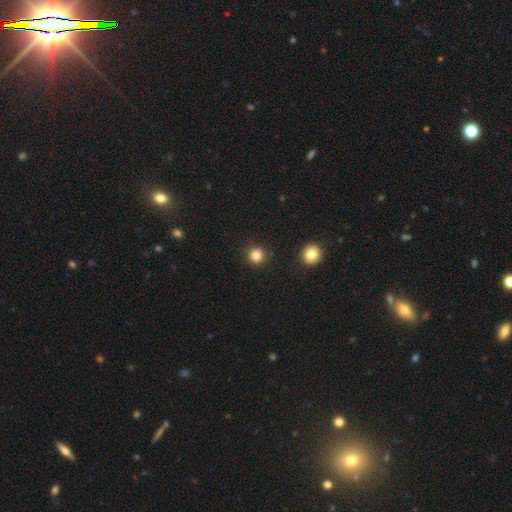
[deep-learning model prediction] A smooth galaxy with no disk features (84%) that is round (94%).

Vote fractions:
- Smooth or featured? smooth: 84% / star or artifact: 12% / featured or disk: 4%
- How rounded? round: 94% / in between: 5% / cigar-shaped: 1%
- Merging? none: 90% / minor disturbance: 6% / merger: 2% / major disturbance: 2%